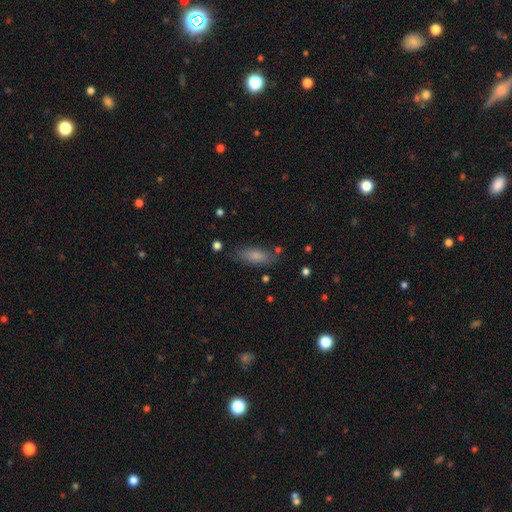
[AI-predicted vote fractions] Morphology: type=smooth (79%); roundness=in between (68%); merging=none (77%).